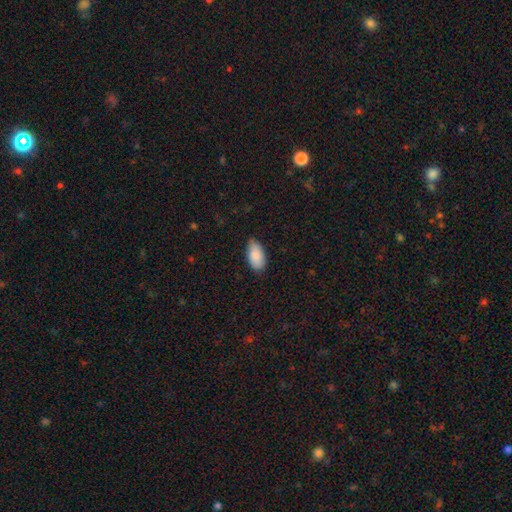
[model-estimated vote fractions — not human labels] Smooth or featured? smooth (88%)
How rounded? in between (95%)
Merging? none (76%)